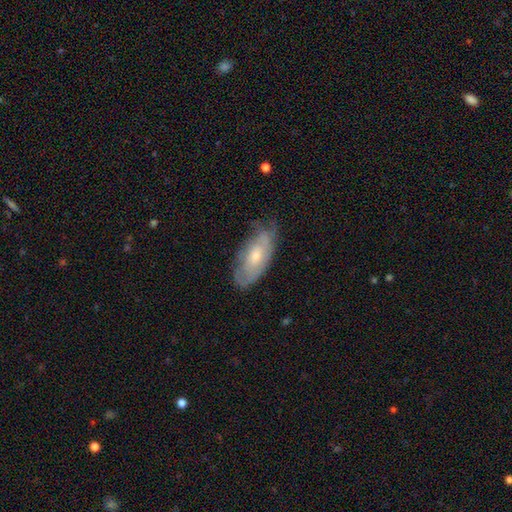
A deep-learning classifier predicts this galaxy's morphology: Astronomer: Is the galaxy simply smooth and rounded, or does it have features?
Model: featured or disk — 58% (runner-up: smooth, 35%).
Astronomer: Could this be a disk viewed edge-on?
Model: no — 86%.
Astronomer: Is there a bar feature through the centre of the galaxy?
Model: no — 77%.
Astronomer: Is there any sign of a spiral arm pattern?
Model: yes — 70%.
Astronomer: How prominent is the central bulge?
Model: small — 47%, tied with moderate at 47%.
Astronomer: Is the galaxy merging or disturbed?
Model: none — 63%.